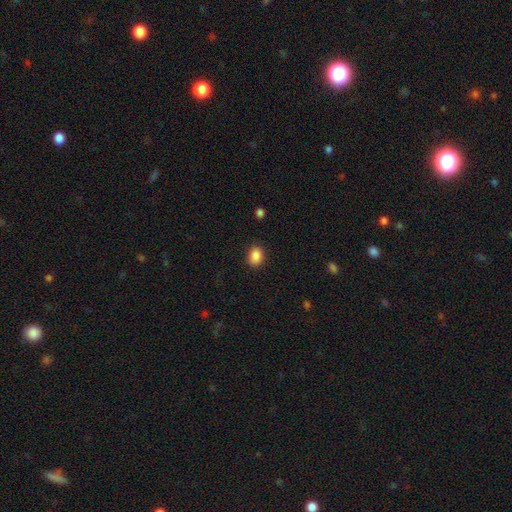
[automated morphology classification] smooth_or_featured: smooth (p=0.87) [alt: star or artifact p=0.09]
how_rounded: in between (p=0.68) [alt: round p=0.31]
merging: none (p=0.83) [alt: minor disturbance p=0.13]